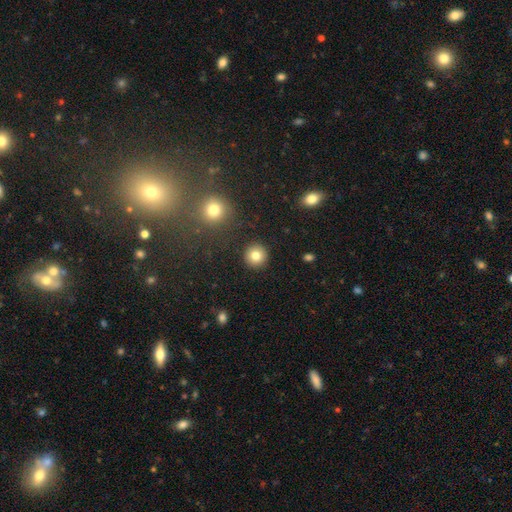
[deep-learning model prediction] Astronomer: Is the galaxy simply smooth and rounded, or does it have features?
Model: smooth — 82%.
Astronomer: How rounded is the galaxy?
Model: round — 94%.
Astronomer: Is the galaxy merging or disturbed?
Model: none — 92%.